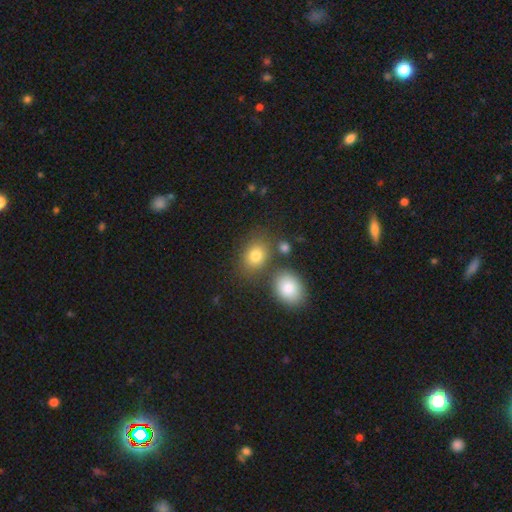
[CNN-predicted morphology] smooth-or-featured: smooth: 79% | star or artifact: 11% | featured or disk: 9%
  how-rounded: in between: 58% | round: 41% | cigar-shaped: 1%
  merging: none: 69% | merger: 14% | minor disturbance: 12% | major disturbance: 5%